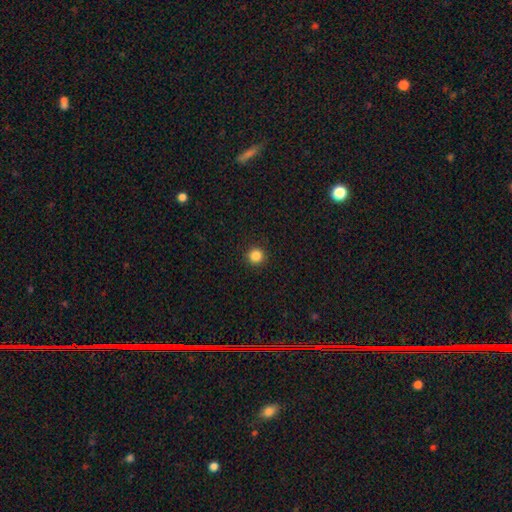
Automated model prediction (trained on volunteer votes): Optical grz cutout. It shows a smooth galaxy with no disk features (85%) that is round (95%). Merging: none (93%).